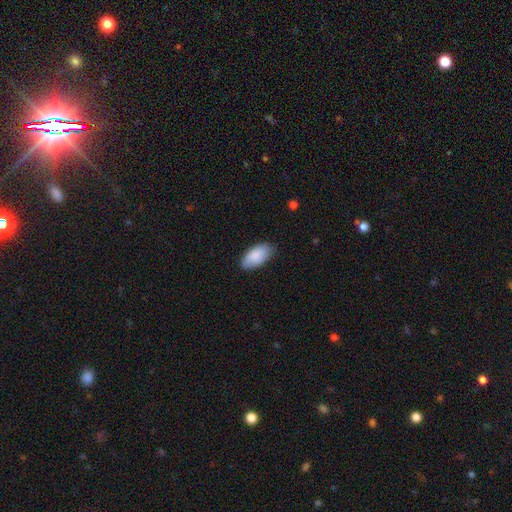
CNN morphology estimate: Overall: smooth (87%). How rounded: in between (94%). Merging: none (81%).